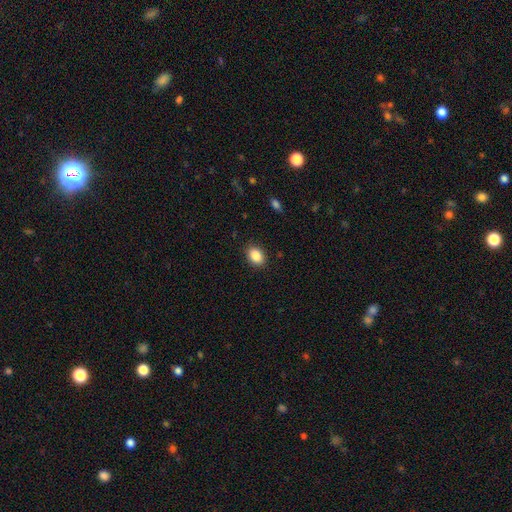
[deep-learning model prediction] Smooth or featured: smooth — 87% (star or artifact — 8%)
How rounded: in between — 72% (round — 27%)
Merging: none — 88% (minor disturbance — 8%)